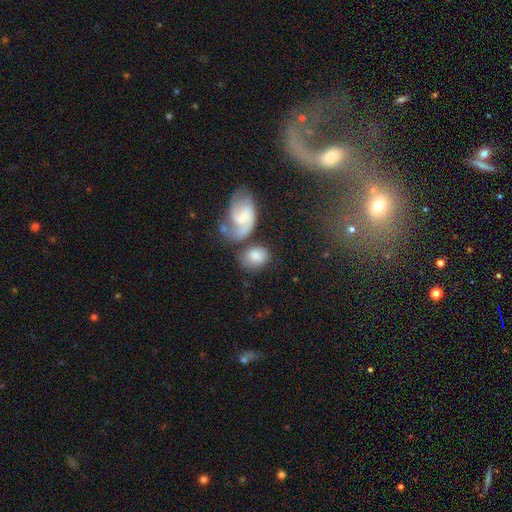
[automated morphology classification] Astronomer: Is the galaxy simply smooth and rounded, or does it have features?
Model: smooth — 67%.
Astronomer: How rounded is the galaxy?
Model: in between — 71%.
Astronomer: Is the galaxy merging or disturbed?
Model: none — 46% (runner-up: merger, 25%).